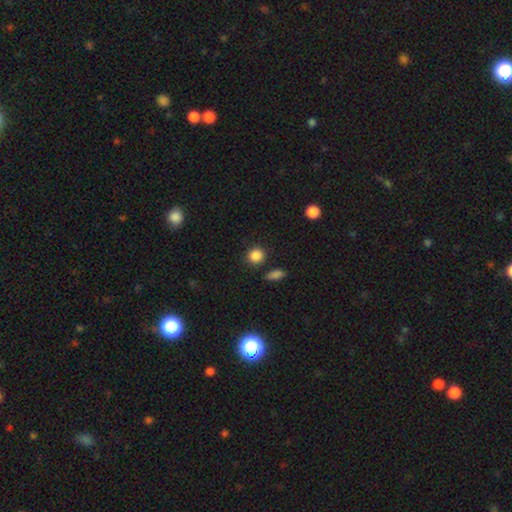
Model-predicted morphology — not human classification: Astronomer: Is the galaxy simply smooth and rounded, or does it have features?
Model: smooth — 86%.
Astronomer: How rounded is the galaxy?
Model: round — 87%.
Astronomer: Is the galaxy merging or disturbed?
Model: none — 85%.